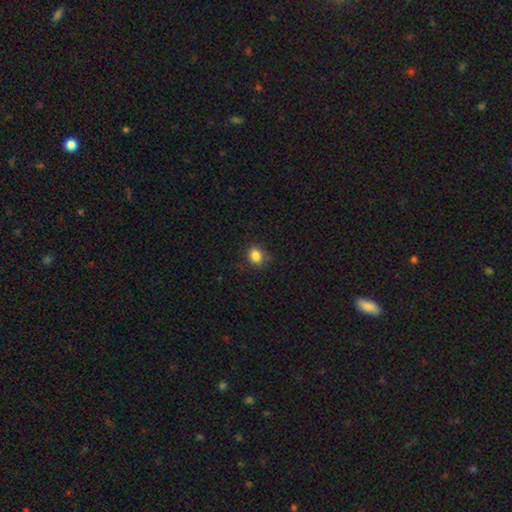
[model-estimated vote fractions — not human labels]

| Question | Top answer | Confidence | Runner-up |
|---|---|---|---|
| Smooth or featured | smooth | 85% | star or artifact (10%) |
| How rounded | round | 59% | in between (40%) |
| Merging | none | 79% | minor disturbance (16%) |